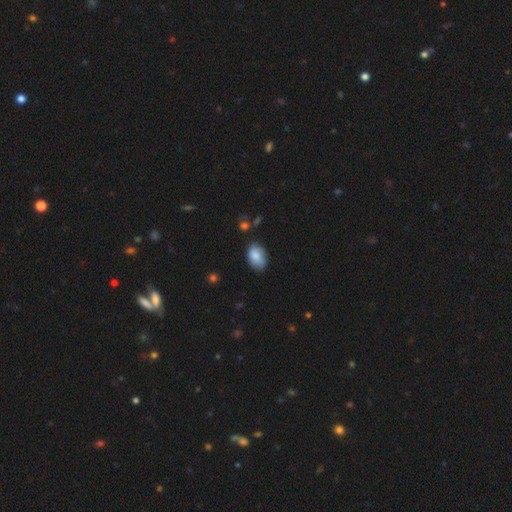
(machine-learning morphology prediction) This appears to be a smooth galaxy with no disk features (82%) that is in between round and cigar-shaped (89%). Merging: none (70%).